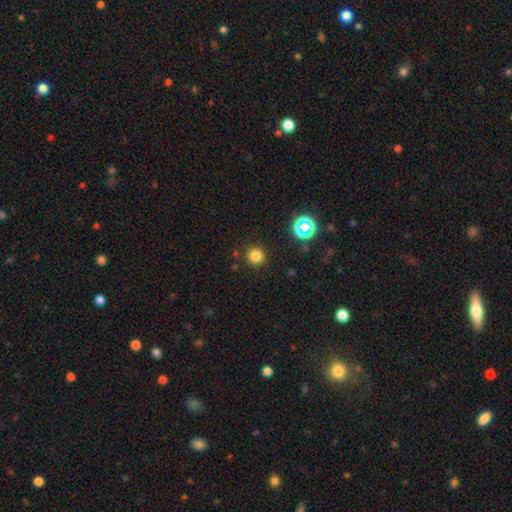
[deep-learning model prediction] A smooth galaxy with no disk features (79%) that is round (95%).

Vote fractions:
- Smooth or featured? smooth: 79% / star or artifact: 16% / featured or disk: 5%
- How rounded? round: 95% / in between: 4% / cigar-shaped: 1%
- Merging? none: 90% / minor disturbance: 6% / major disturbance: 2% / merger: 2%